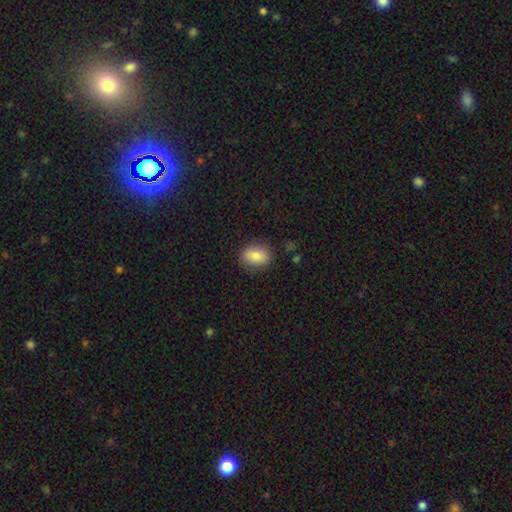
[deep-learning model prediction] Q: Smooth or featured?
A: smooth (84%); runner-up: star or artifact (8%)
Q: How rounded?
A: in between (70%); runner-up: round (28%)
Q: Merging?
A: none (84%); runner-up: minor disturbance (11%)